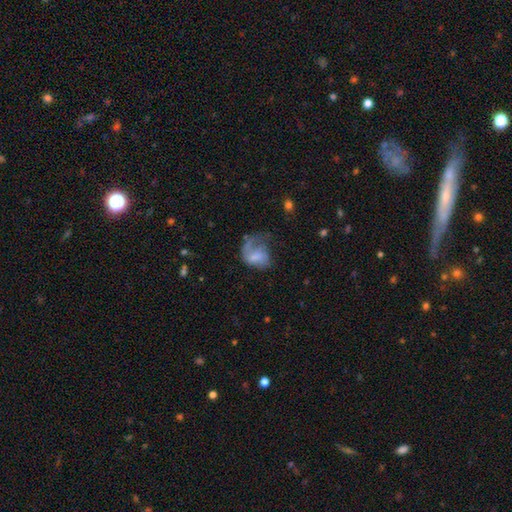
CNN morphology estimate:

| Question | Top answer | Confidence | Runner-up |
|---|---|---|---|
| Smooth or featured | smooth | 46% | tied: featured or disk (46%) |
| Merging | major disturbance | 49% | none (26%) |